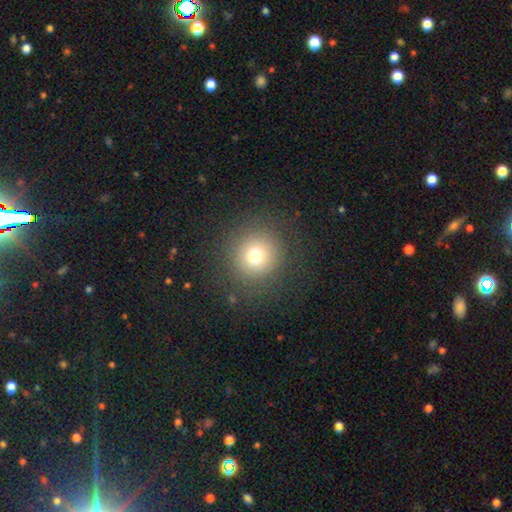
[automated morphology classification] smooth_or_featured: smooth (p=0.72) [alt: star or artifact p=0.17]
how_rounded: round (p=0.93) [alt: in between p=0.06]
merging: none (p=0.86) [alt: minor disturbance p=0.07]